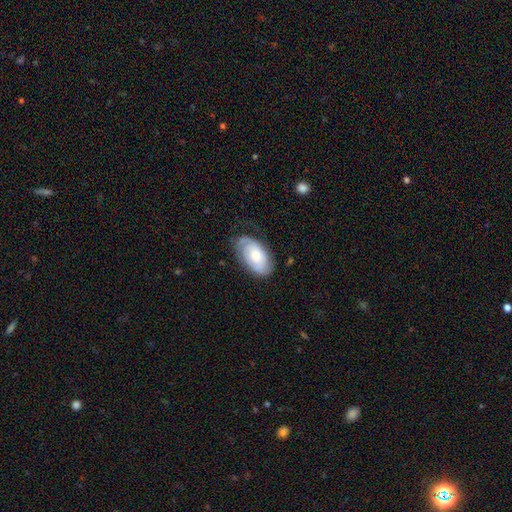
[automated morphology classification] A featured or disk galaxy (57%) with no bar (76%), spiral arms (87%) and a moderate central bulge (41%). Merging: none (69%).